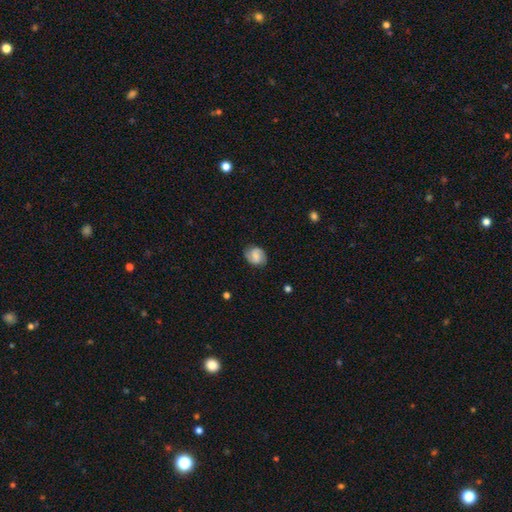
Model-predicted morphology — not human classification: smooth_or_featured: featured or disk (p=0.52) [alt: smooth p=0.40]
disk_edge_on: no (p=0.97) [alt: yes p=0.03]
bar: weak (p=0.49) [alt: no p=0.34]
has_spiral_arms: yes (p=0.89) [alt: no p=0.11]
bulge_size: small (p=0.35) [alt: moderate p=0.30]
merging: none (p=0.80) [alt: minor disturbance p=0.14]